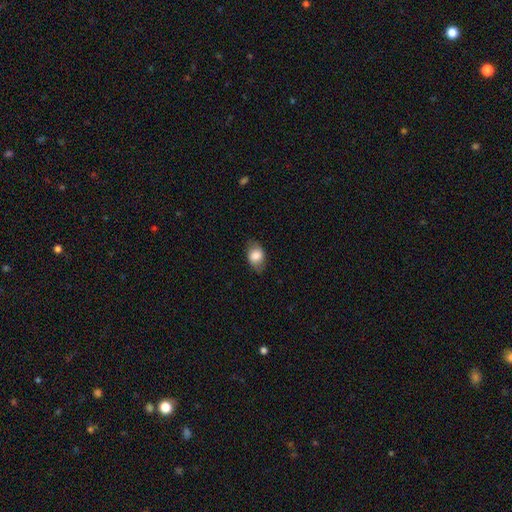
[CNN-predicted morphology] Overall: smooth (79%). How rounded: in between (74%). Merging: none (78%).